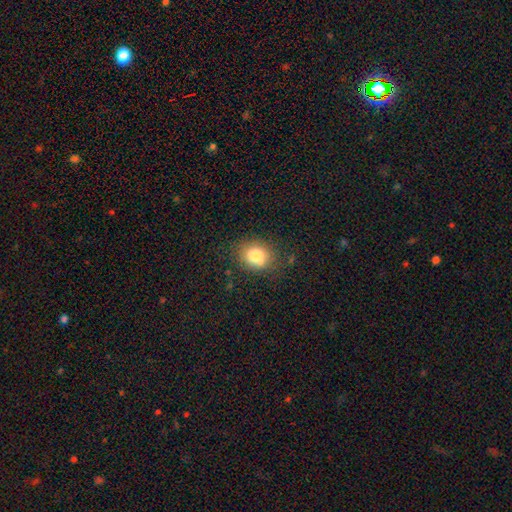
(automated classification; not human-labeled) smooth_or_featured: smooth (p=0.81) [alt: star or artifact p=0.11]
how_rounded: round (p=0.56) [alt: in between p=0.43]
merging: none (p=0.74) [alt: minor disturbance p=0.18]